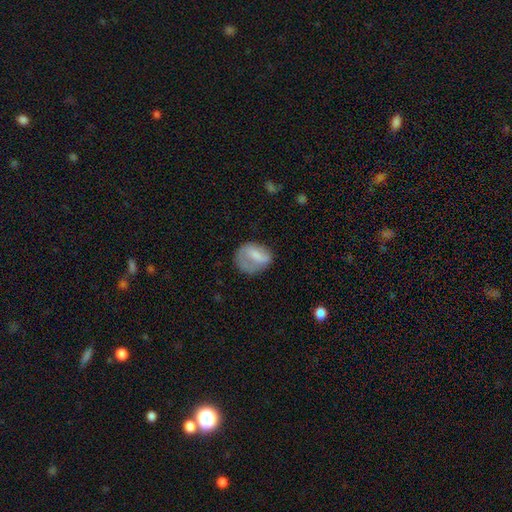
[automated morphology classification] A smooth galaxy with no disk features (64%) that is round (53%). Merging: none (47%).